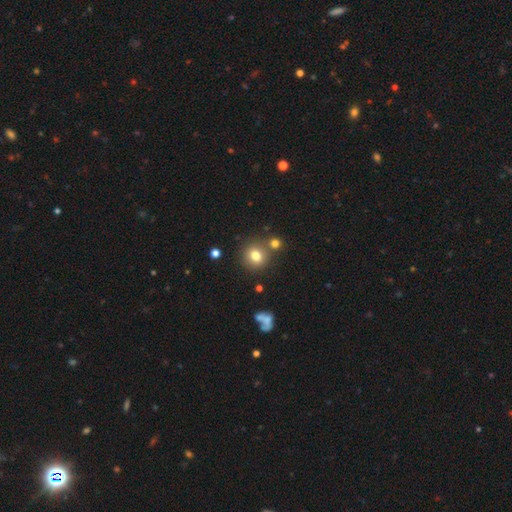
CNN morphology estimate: Smooth or featured? smooth (77%)
How rounded? round (83%)
Merging? none (74%)